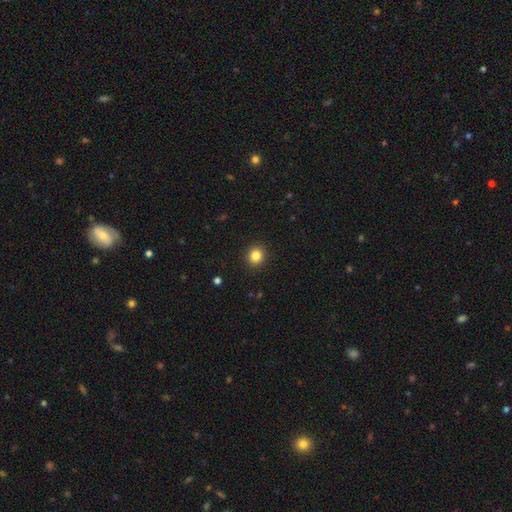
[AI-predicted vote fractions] Smooth or featured? Predicted: smooth (p=0.84). How rounded? Predicted: round (p=0.89). Merging? Predicted: none (p=0.92).